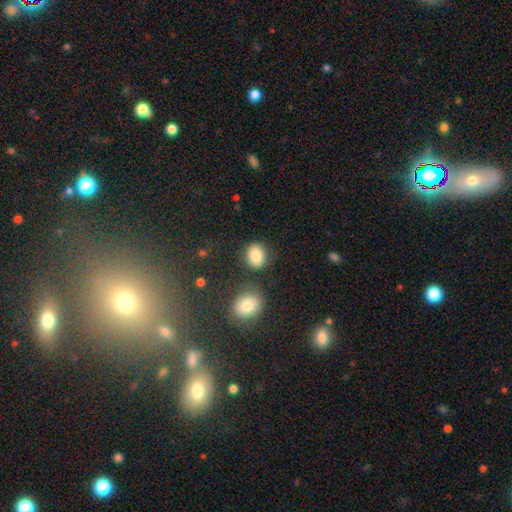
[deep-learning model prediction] smooth-or-featured: smooth: 86% | star or artifact: 8% | featured or disk: 6%
  how-rounded: round: 56% | in between: 42% | cigar-shaped: 1%
  merging: none: 77% | minor disturbance: 12% | merger: 7% | major disturbance: 4%